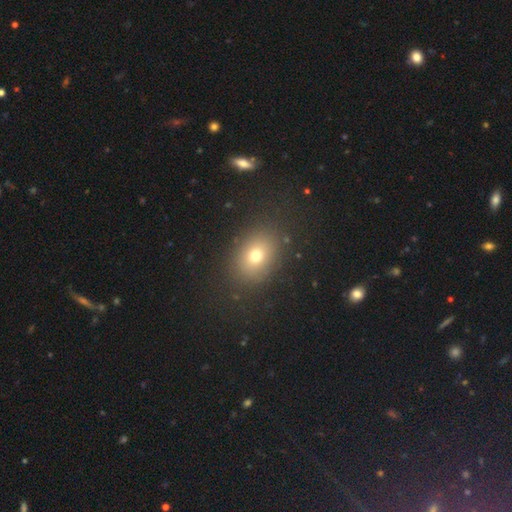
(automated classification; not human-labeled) smooth_or_featured: smooth (p=0.73) [alt: star or artifact p=0.15]
how_rounded: in between (p=0.64) [alt: round p=0.34]
merging: none (p=0.85) [alt: minor disturbance p=0.09]